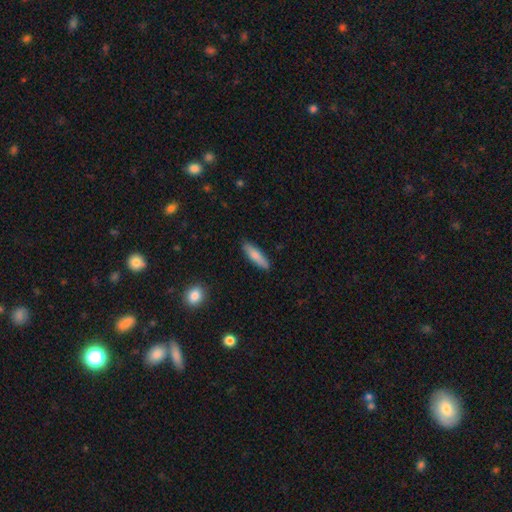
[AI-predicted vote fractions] The model was most divided on "how rounded": cigar-shaped: 68%, in between: 31%, round: 2%. More confident: merging — none (87%); smooth or featured — smooth (79%).